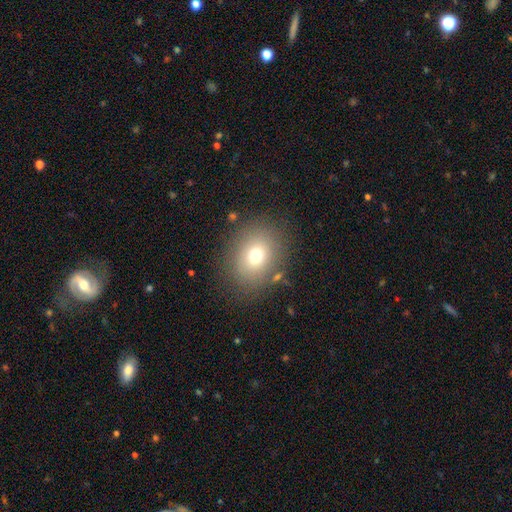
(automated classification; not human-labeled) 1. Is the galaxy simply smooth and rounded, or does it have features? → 71% smooth, 15% star or artifact, 14% featured or disk.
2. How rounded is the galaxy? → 62% round, 37% in between, 1% cigar-shaped.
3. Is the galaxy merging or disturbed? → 82% none, 10% minor disturbance, 5% major disturbance, 3% merger.